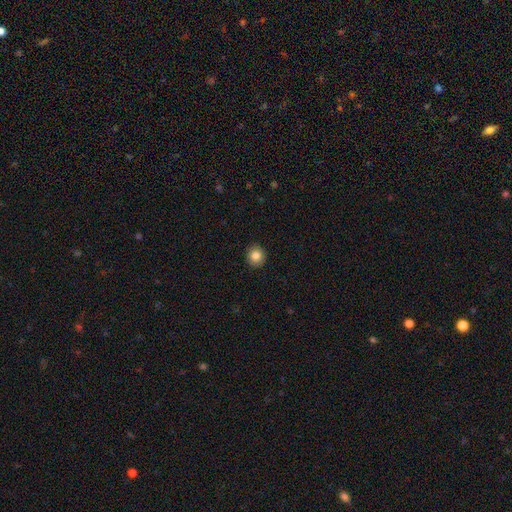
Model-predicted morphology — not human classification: This appears to be a smooth galaxy with no disk features (83%) that is round (84%). Merging: none (91%).